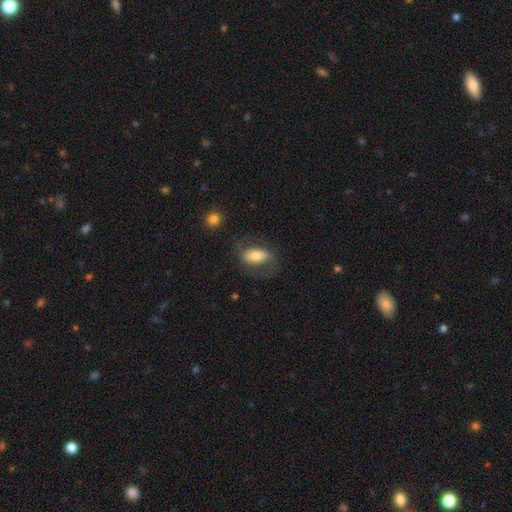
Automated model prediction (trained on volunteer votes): smooth-or-featured: smooth: 63% | featured or disk: 30% | star or artifact: 7%
  how-rounded: in between: 88% | round: 7% | cigar-shaped: 6%
  merging: none: 62% | minor disturbance: 20% | major disturbance: 16% | merger: 2%